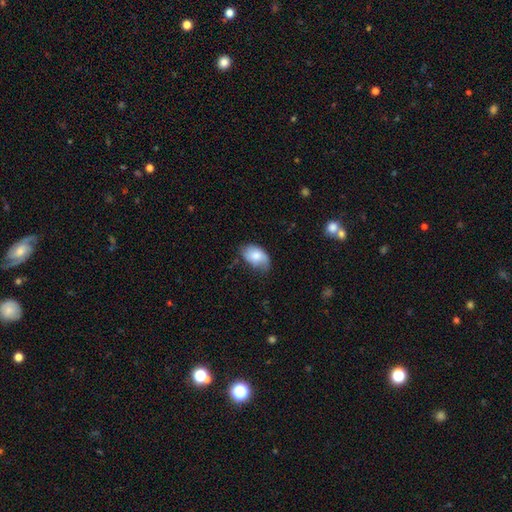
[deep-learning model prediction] Smooth or featured: smooth — 73% (featured or disk — 20%)
How rounded: in between — 89% (round — 9%)
Merging: none — 56% (minor disturbance — 34%)